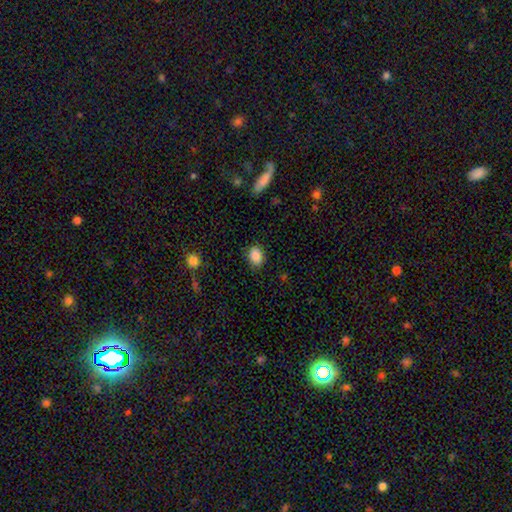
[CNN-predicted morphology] Smooth or featured? smooth (88%)
How rounded? in between (73%)
Merging? none (81%)